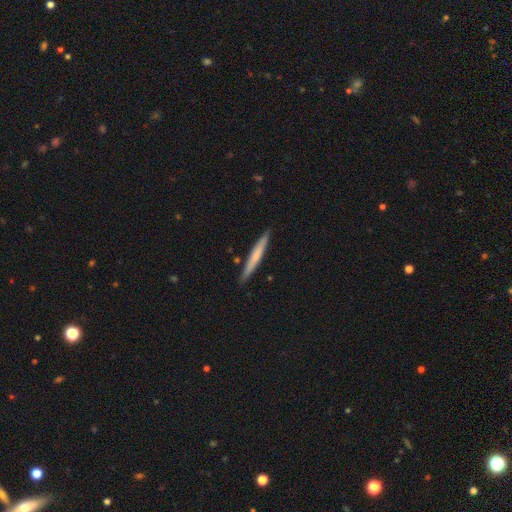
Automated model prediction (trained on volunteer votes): Overall: smooth (59%; featured or disk 36%). How rounded: cigar-shaped (96%). Merging: none (88%).